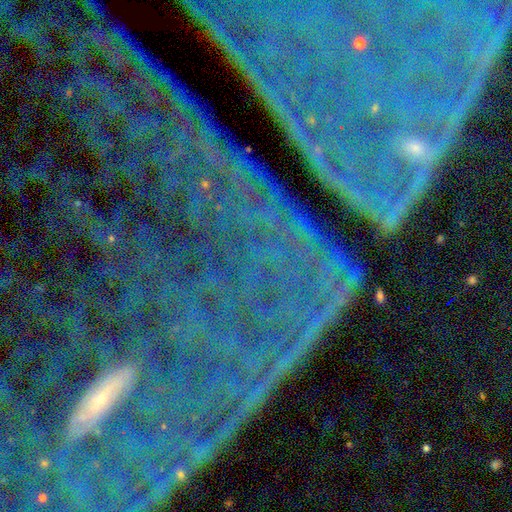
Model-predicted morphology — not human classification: Smooth or featured?
  - star or artifact: 83% *
  - featured or disk: 10%
  - smooth: 8%